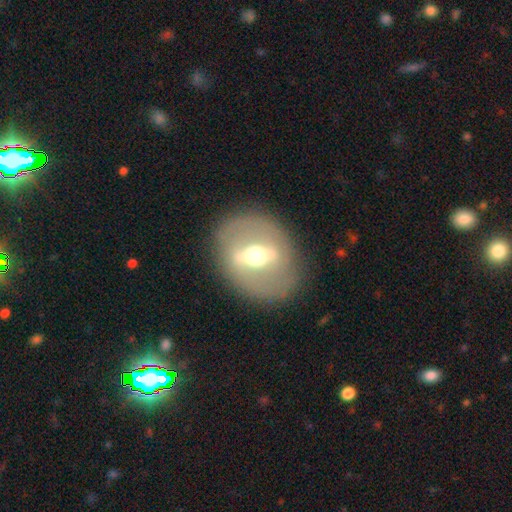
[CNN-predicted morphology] Q: Smooth or featured?
A: featured or disk (72%); runner-up: smooth (21%)
Q: Edge-on disk?
A: no (80%); runner-up: yes (20%)
Q: Bar?
A: strong (69%); runner-up: weak (23%)
Q: Spiral arms?
A: no (81%); runner-up: yes (19%)
Q: Bulge size?
A: moderate (70%); runner-up: large (14%)
Q: Merging?
A: none (83%); runner-up: minor disturbance (10%)